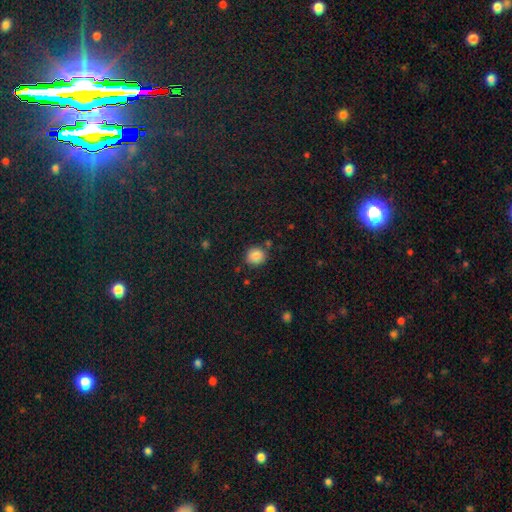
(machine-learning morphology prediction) This appears to be a smooth galaxy with no disk features (85%) that is round (82%). Merging: none (82%).